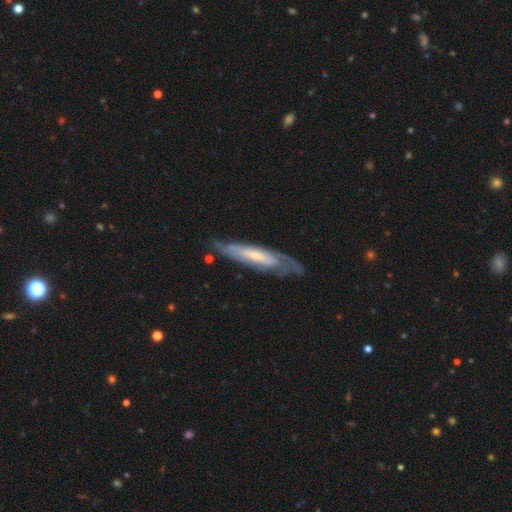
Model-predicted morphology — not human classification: Smooth or featured?
  - featured or disk: 69% *
  - smooth: 25%
  - star or artifact: 5%
Edge-on disk?
  - no: 58% *
  - yes: 42%
Merging?
  - none: 68% *
  - minor disturbance: 21%
  - major disturbance: 9%
  - merger: 2%